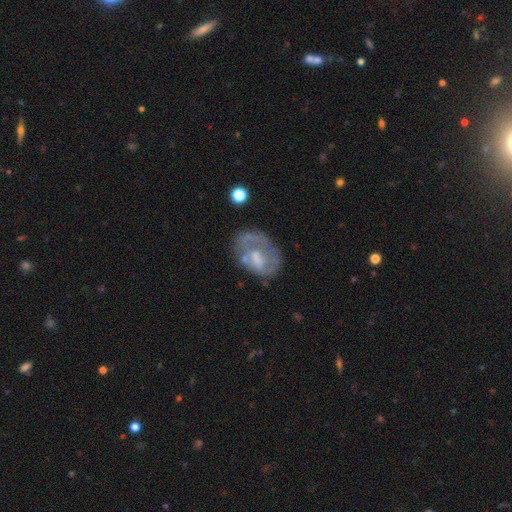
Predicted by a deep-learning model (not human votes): Smooth or featured? Predicted: featured or disk (p=0.62). Edge-on disk? Predicted: no (p=0.96). Bar? Predicted: no (p=0.61). Spiral arms? Predicted: no (p=0.55). Bulge size? Predicted: moderate (p=0.37). Merging? Predicted: none (p=0.48).